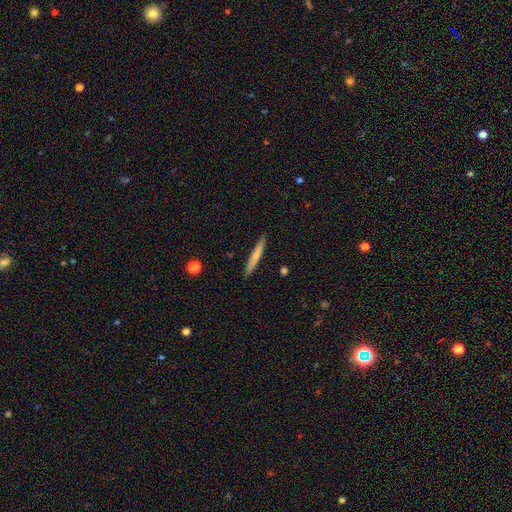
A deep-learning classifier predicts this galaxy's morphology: The model was most divided on "smooth or featured": smooth: 69%, featured or disk: 25%, star or artifact: 6%. More confident: how rounded — cigar-shaped (96%); merging — none (90%).